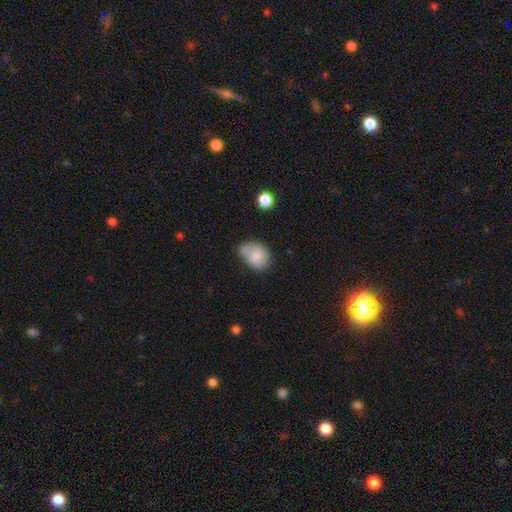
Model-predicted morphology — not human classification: A smooth galaxy with no disk features (79%) that is in between round and cigar-shaped (60%).

Vote fractions:
- Smooth or featured? smooth: 79% / featured or disk: 13% / star or artifact: 8%
- How rounded? in between: 60% / round: 39% / cigar-shaped: 1%
- Merging? none: 36% / minor disturbance: 31% / merger: 22% / major disturbance: 11%